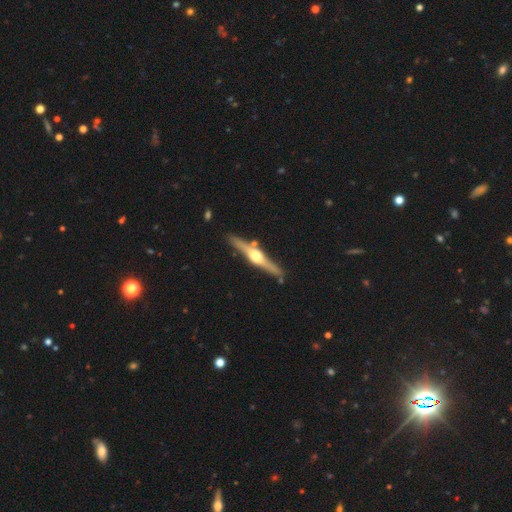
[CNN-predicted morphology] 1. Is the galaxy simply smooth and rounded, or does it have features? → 80% featured or disk, 16% smooth, 4% star or artifact.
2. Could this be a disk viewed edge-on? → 98% yes, 2% no.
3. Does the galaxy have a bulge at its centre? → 95% rounded, 3% boxy, 2% none.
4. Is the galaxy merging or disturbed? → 85% none, 9% minor disturbance, 4% merger, 2% major disturbance.